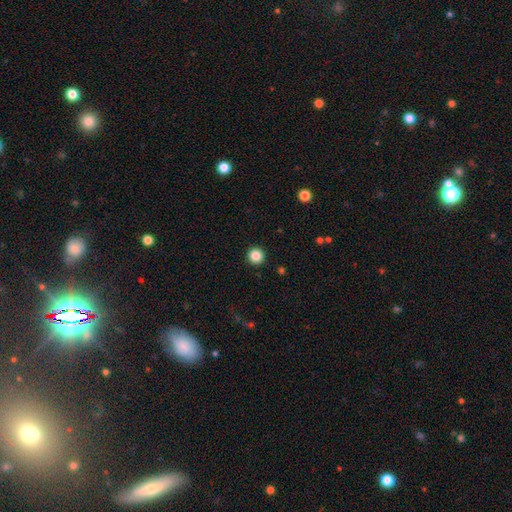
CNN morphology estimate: smooth_or_featured: smooth (p=0.86) [alt: star or artifact p=0.10]
how_rounded: round (p=0.96) [alt: in between p=0.03]
merging: none (p=0.93) [alt: minor disturbance p=0.04]